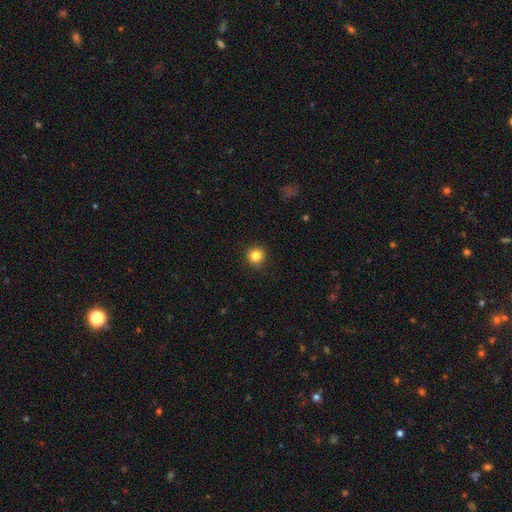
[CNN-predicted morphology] Smooth or featured: smooth — 83% (star or artifact — 12%)
How rounded: round — 94% (in between — 5%)
Merging: none — 90% (minor disturbance — 7%)